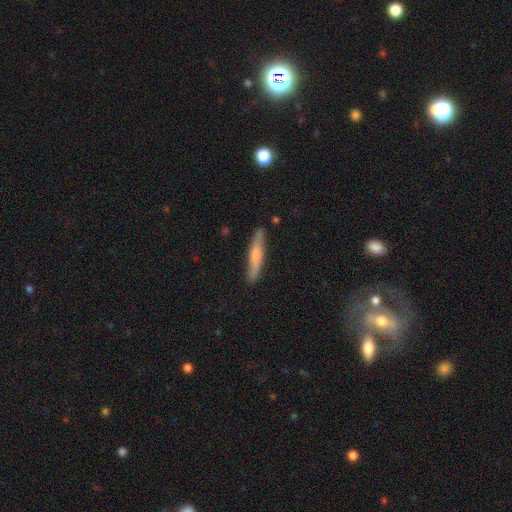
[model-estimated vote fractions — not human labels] A smooth galaxy with no disk features (58%) that is cigar-shaped (91%). Merging: none (83%).